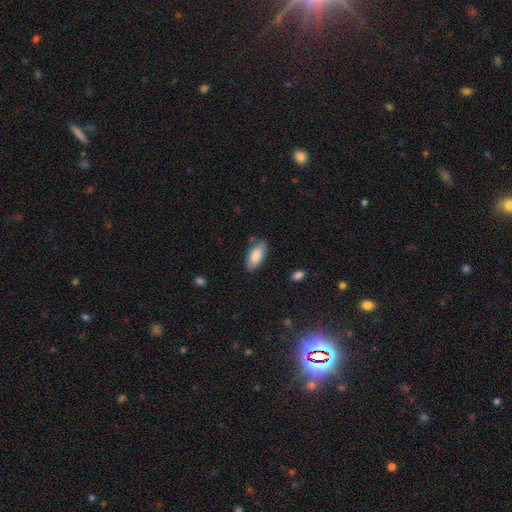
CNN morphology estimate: A smooth galaxy with no disk features (84%) that is in between round and cigar-shaped (90%). Merging: none (74%).